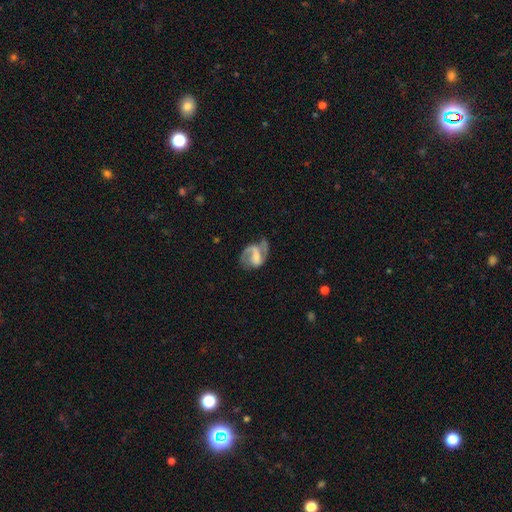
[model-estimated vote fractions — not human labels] Q: Smooth or featured?
A: featured or disk (76%); runner-up: smooth (17%)
Q: Edge-on disk?
A: no (97%); runner-up: yes (3%)
Q: Bar?
A: weak (43%); runner-up: strong (33%)
Q: Spiral arms?
A: yes (88%); runner-up: no (12%)
Q: Spiral winding?
A: medium (49%); runner-up: loose (29%)
Q: Spiral arm count?
A: 2 (73%); runner-up: 1 (17%)
Q: Bulge size?
A: none (33%); runner-up: small (29%)
Q: Merging?
A: none (46%); runner-up: major disturbance (27%)